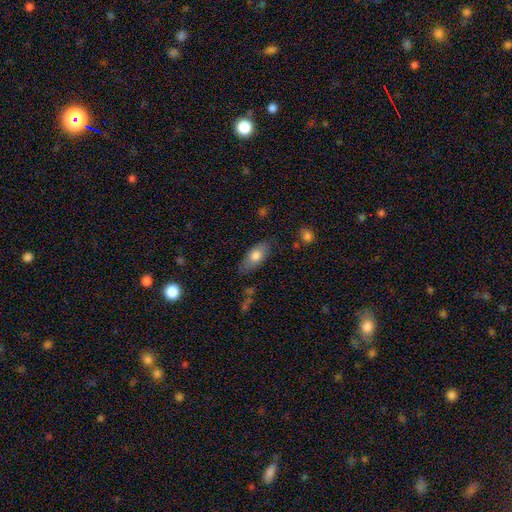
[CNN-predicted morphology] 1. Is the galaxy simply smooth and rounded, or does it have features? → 72% smooth, 21% featured or disk, 6% star or artifact.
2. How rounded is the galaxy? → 84% in between, 12% cigar-shaped, 4% round.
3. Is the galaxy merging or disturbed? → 79% none, 16% minor disturbance, 4% major disturbance, 2% merger.